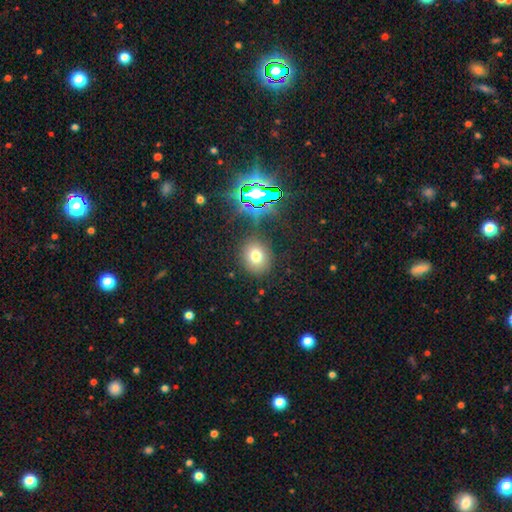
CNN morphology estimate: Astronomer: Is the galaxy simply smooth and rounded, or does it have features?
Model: smooth — 70%.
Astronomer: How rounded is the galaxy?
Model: round — 69%.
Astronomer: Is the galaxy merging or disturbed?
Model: none — 85%.